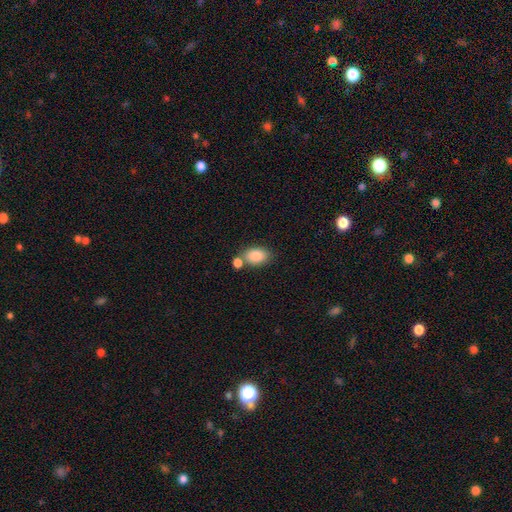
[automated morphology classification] The model was most divided on "merging": none: 56%, merger: 27%, minor disturbance: 13%, major disturbance: 4%. More confident: smooth or featured — smooth (86%); how rounded — in between (84%).